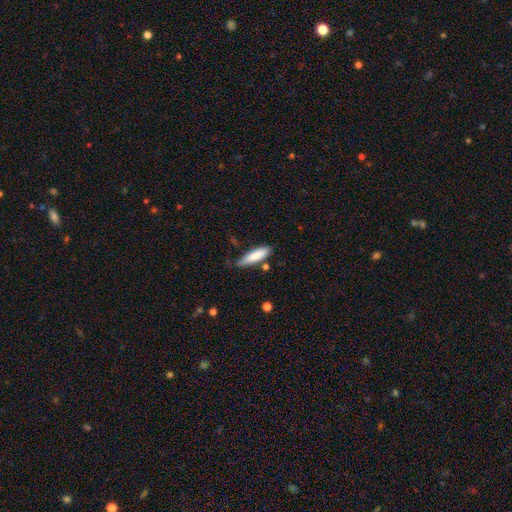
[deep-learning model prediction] Q: Smooth or featured?
A: smooth (83%); runner-up: featured or disk (11%)
Q: How rounded?
A: cigar-shaped (62%); runner-up: in between (37%)
Q: Merging?
A: none (66%); runner-up: minor disturbance (24%)